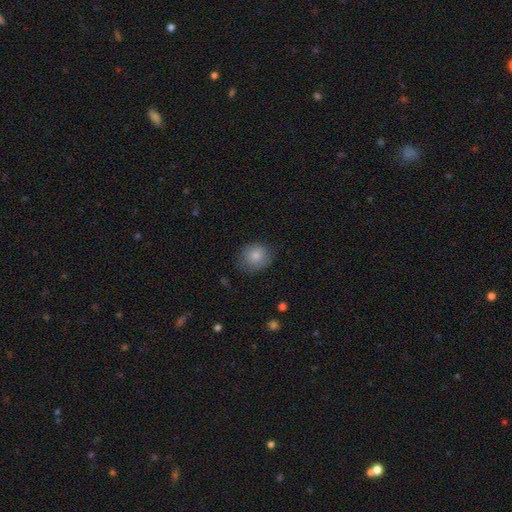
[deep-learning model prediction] smooth_or_featured: smooth (p=0.81) [alt: featured or disk p=0.10]
how_rounded: round (p=0.77) [alt: in between p=0.22]
merging: none (p=0.77) [alt: minor disturbance p=0.18]